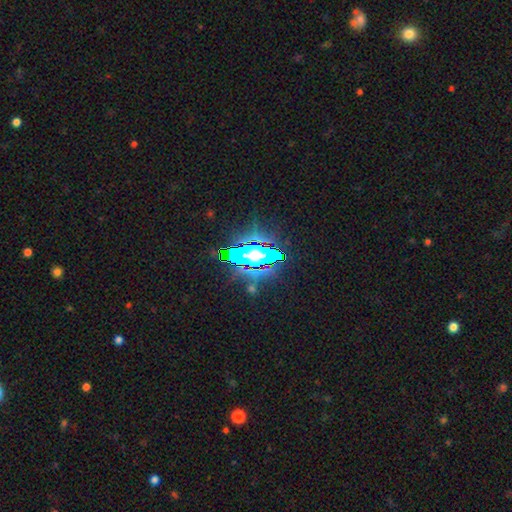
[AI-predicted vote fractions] Morphology: type=star or artifact (83%).